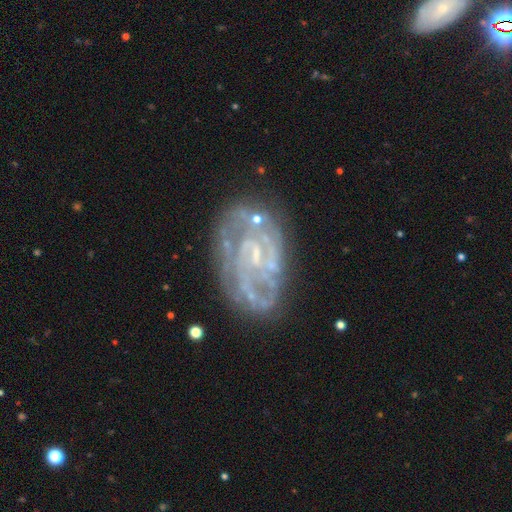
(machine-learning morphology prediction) featured or disk 84%, smooth 9%, star or artifact 7%. Down the decision tree: edge-on disk — no (97%); bar — no (53%); spiral arms — yes (84%); spiral arm count — can't tell (36%); spiral winding — tight (57%); bulge size — small (62%); merging — none (65%).